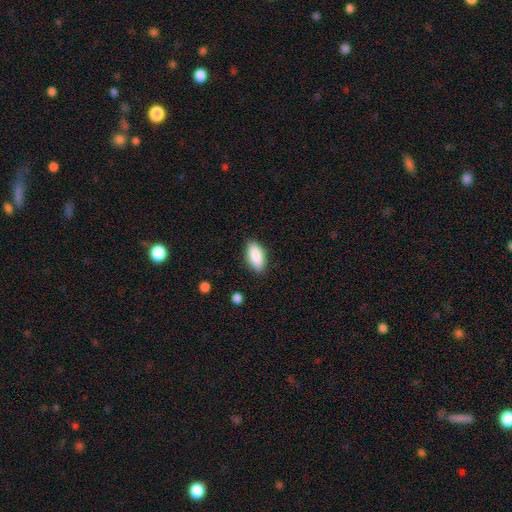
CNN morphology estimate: The model was most divided on "merging": none: 85%, minor disturbance: 11%, major disturbance: 3%, merger: 1%. More confident: smooth or featured — smooth (88%); how rounded — in between (86%).